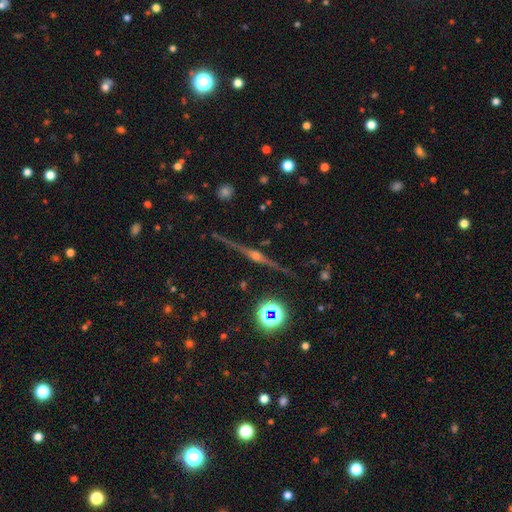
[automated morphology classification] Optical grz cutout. It shows a featured or disk galaxy (80%) viewed edge-on (97%) with a rounded central bulge (88%). Merging: none (88%).